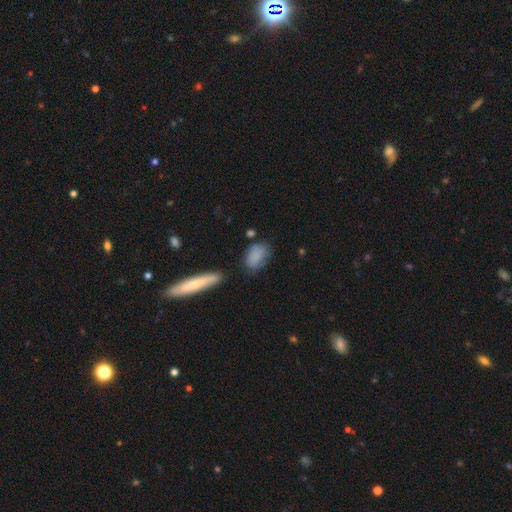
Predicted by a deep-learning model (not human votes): Morphology: type=smooth (81%); roundness=in between (84%); merging=none (57%).